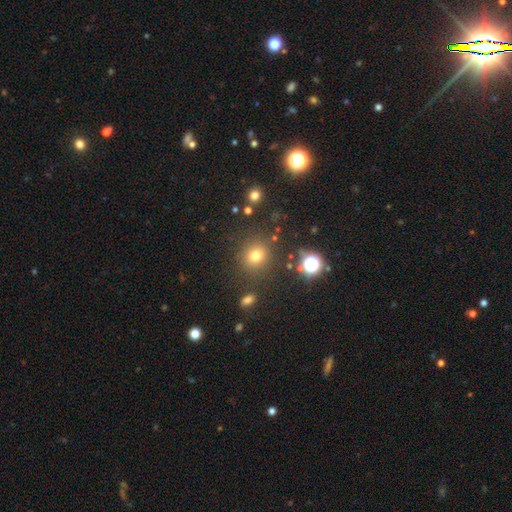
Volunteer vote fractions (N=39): smooth_or_featured: smooth (p=0.77) [alt: featured or disk p=0.13]
how_rounded: round (p=0.83) [alt: in between p=0.17]
merging: none (p=0.94) [alt: minor disturbance p=0.03]